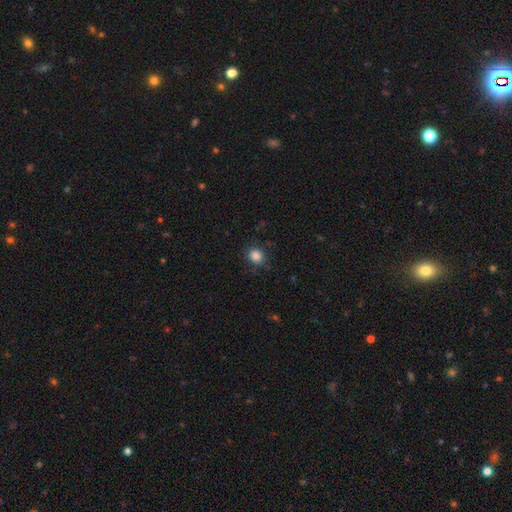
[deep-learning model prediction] Smooth or featured? smooth (85%)
How rounded? round (78%)
Merging? none (84%)